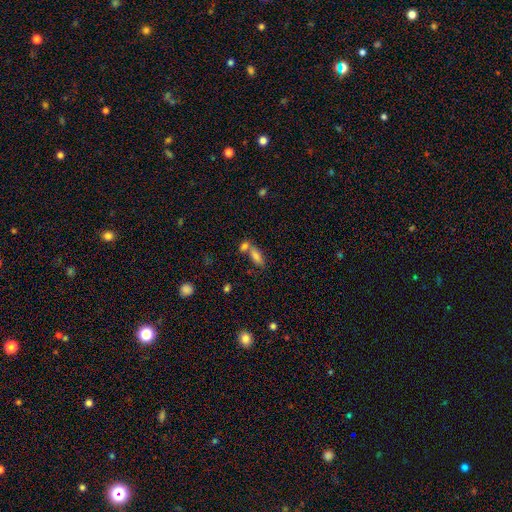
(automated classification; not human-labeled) Smooth or featured? smooth (79%)
How rounded? in between (71%)
Merging? merger (49%)